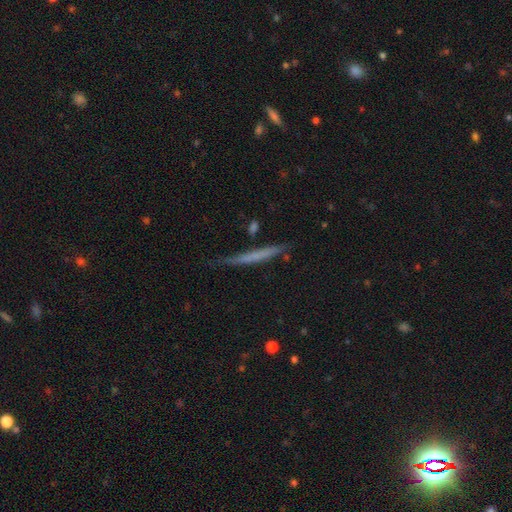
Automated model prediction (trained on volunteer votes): Morphology: type=smooth (52%); roundness=cigar-shaped (96%); merging=none (74%).